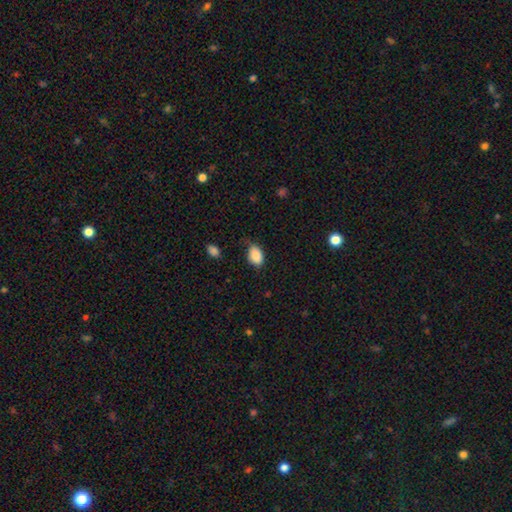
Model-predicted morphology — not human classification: Smooth or featured? smooth (87%)
How rounded? in between (83%)
Merging? none (63%)